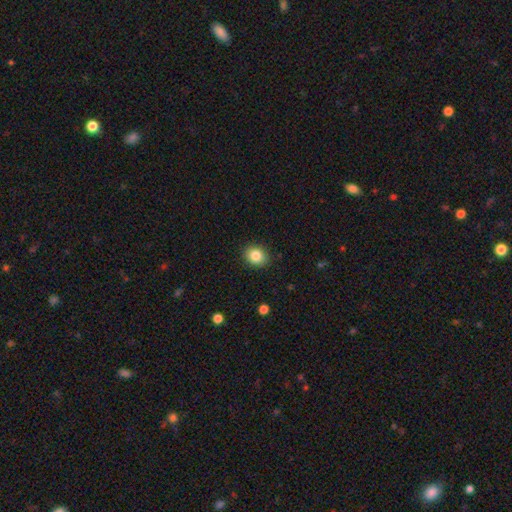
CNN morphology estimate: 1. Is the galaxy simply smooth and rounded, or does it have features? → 85% smooth, 9% star or artifact, 6% featured or disk.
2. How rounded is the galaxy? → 62% round, 37% in between, 1% cigar-shaped.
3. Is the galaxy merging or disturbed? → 89% none, 8% minor disturbance, 2% major disturbance, 1% merger.